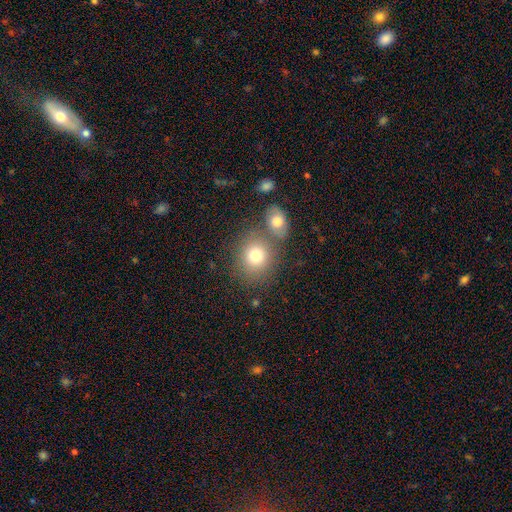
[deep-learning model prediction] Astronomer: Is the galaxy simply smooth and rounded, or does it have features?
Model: smooth — 77%.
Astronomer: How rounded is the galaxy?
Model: round — 73%.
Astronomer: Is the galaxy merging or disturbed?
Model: none — 59%.